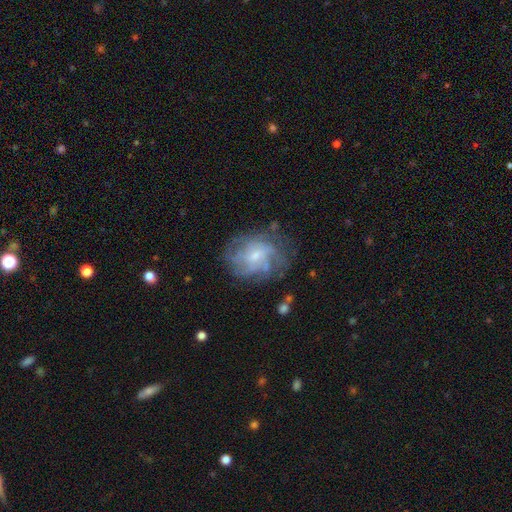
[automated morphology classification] A featured or disk galaxy (69%) with no bar (65%), tight (44%) spiral arms (78%) and a small central bulge (60%). Merging: none (64%).